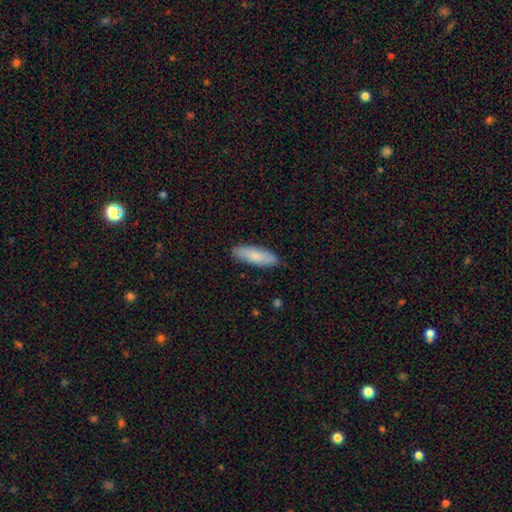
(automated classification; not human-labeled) This appears to be a smooth galaxy with no disk features (80%) that is in between round and cigar-shaped (51%). Merging: none (86%).